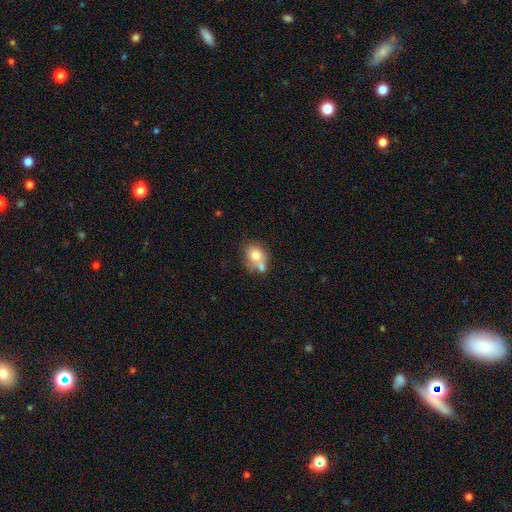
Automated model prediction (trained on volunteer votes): This is likely a smooth galaxy (73%). How rounded: likely round (61%). Merging: marginally none (40%).